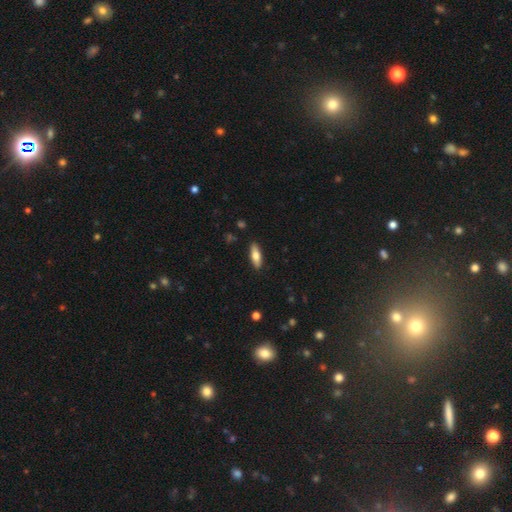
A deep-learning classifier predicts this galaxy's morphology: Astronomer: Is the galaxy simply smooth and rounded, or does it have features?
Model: smooth — 70%.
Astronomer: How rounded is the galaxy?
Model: in between — 58% (runner-up: cigar-shaped, 40%).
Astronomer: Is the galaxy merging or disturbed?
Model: none — 89%.